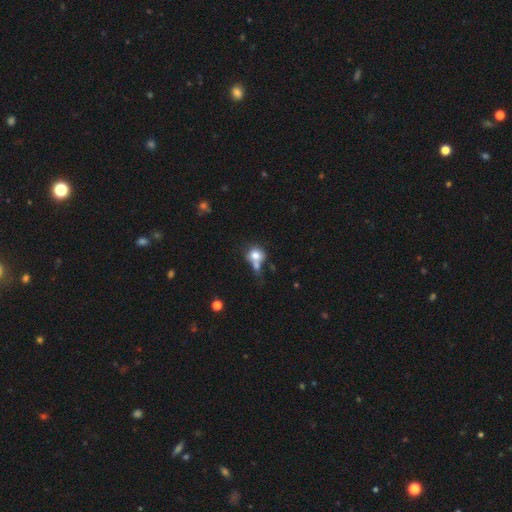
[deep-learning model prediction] Morphology: type=smooth (76%); roundness=round (80%); merging=merger (40%).